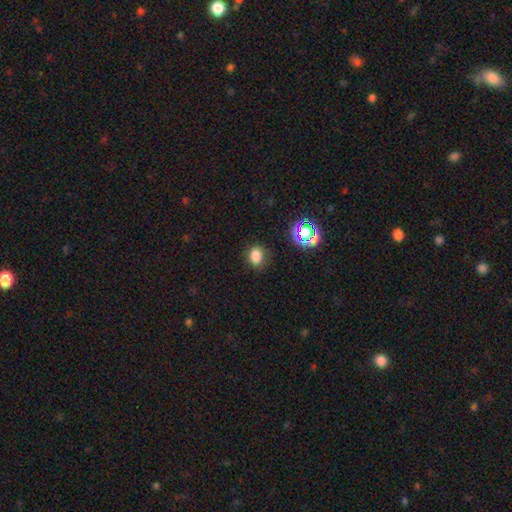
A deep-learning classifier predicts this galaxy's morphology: smooth-or-featured: smooth: 78% | star or artifact: 16% | featured or disk: 6%
  how-rounded: in between: 52% | round: 46% | cigar-shaped: 1%
  merging: none: 82% | minor disturbance: 12% | major disturbance: 4% | merger: 2%